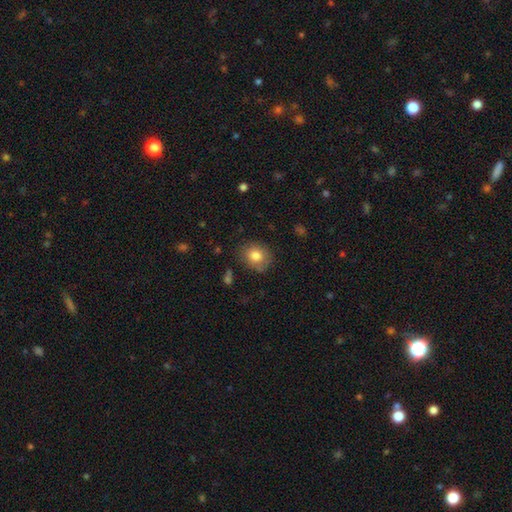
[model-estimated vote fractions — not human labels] The model was most divided on "how rounded": round: 70%, in between: 29%, cigar-shaped: 1%. More confident: smooth or featured — smooth (81%); merging — none (78%).